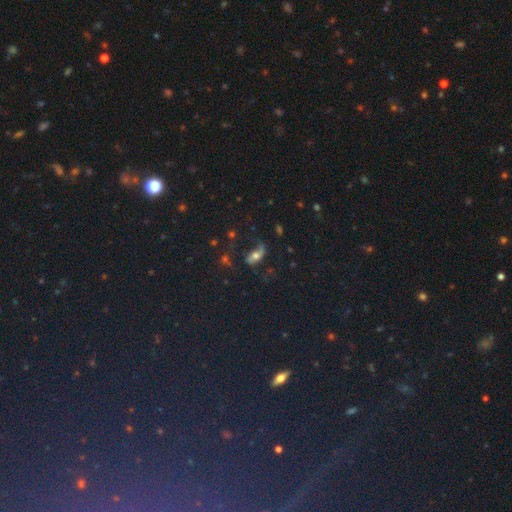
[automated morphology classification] This appears to be a featured or disk galaxy (51%). Merging: none (47%).